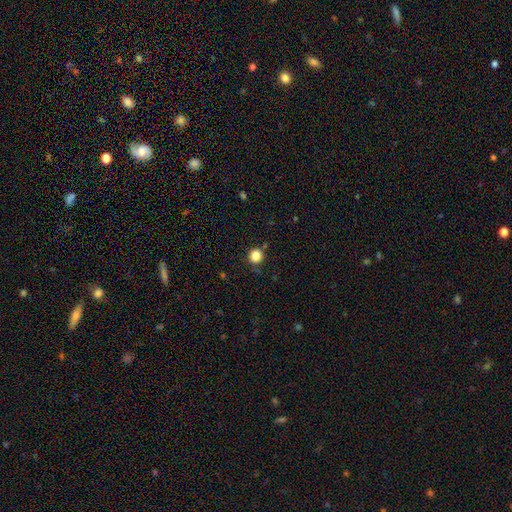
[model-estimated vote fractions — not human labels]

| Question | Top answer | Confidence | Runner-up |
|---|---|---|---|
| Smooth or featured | smooth | 84% | star or artifact (12%) |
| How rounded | round | 93% | in between (6%) |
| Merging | none | 84% | minor disturbance (10%) |